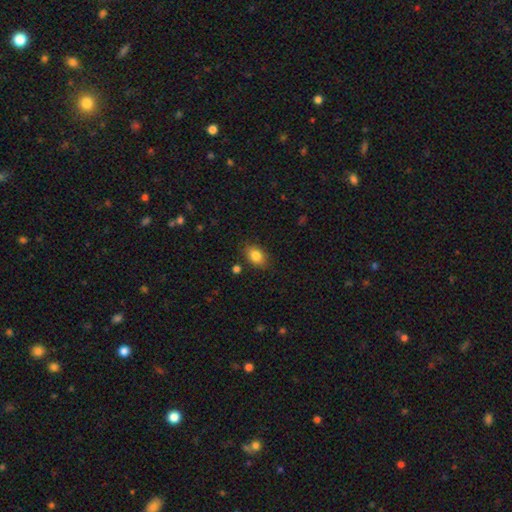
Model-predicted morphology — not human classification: The model was most divided on "how rounded": in between: 78%, round: 20%, cigar-shaped: 2%. More confident: smooth or featured — smooth (83%); merging — none (82%).